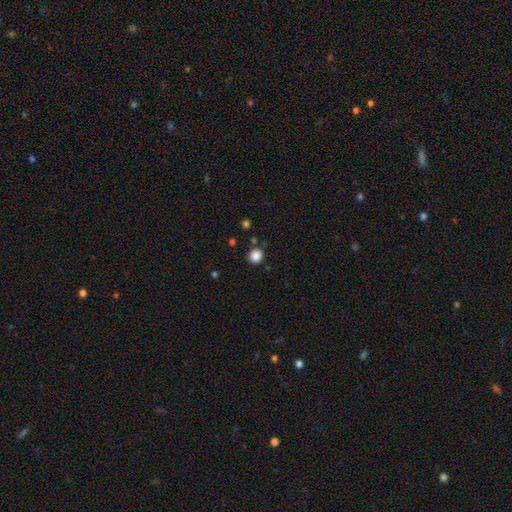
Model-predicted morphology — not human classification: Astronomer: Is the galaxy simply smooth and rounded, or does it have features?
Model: smooth — 86%.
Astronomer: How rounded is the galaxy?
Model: round — 94%.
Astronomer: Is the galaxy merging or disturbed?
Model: none — 85%.